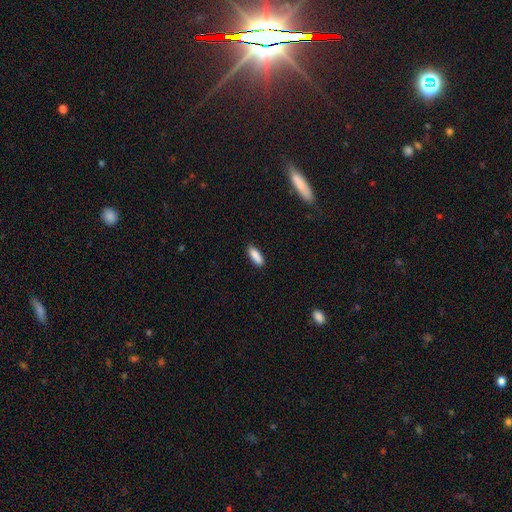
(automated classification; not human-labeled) This is clearly a smooth galaxy (89%). How rounded: likely in between (61%). Merging: clearly none (87%).